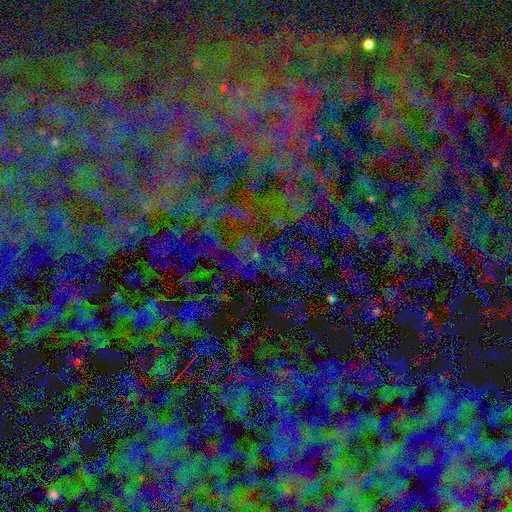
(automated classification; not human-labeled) Smooth or featured? Predicted: star or artifact (p=0.73).